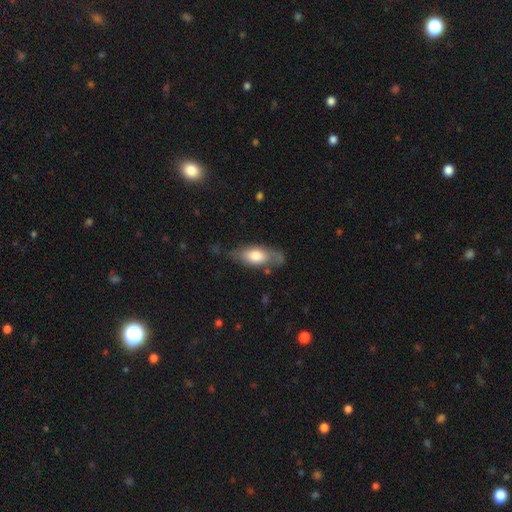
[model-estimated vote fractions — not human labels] Overall: smooth (62%; featured or disk 32%). How rounded: in between (81%). Merging: none (54%; minor disturbance 30%).